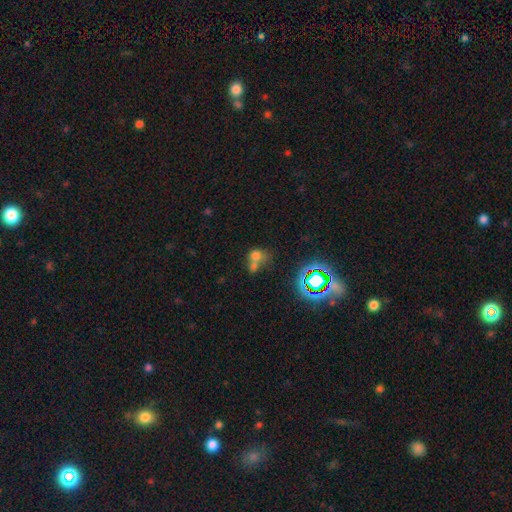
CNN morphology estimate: type=smooth (61%); roundness=round (63%); merging=merger (54%).